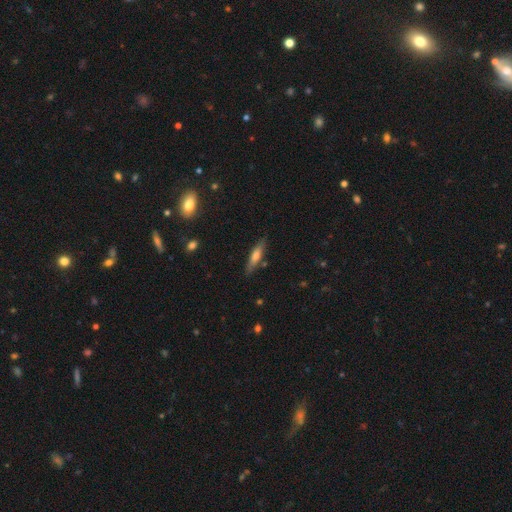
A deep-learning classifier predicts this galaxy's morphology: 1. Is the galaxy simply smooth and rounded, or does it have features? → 57% smooth, 35% featured or disk, 7% star or artifact.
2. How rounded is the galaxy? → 77% cigar-shaped, 21% in between, 2% round.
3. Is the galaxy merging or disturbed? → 82% none, 13% minor disturbance, 3% major disturbance, 2% merger.